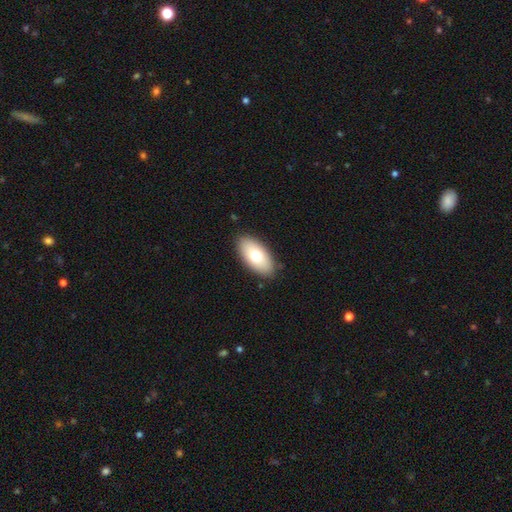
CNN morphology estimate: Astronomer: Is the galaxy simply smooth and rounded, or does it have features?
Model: smooth — 73%.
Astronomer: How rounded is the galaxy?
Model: in between — 94%.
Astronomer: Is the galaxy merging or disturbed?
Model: none — 88%.